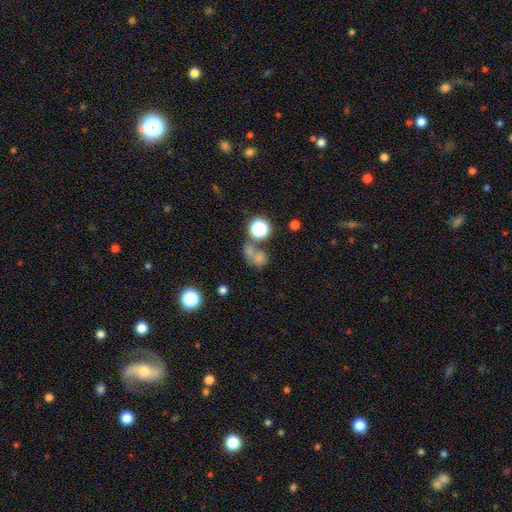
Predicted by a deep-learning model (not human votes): A smooth galaxy with no disk features (60%) that is round (66%). Merging: merger (41%).